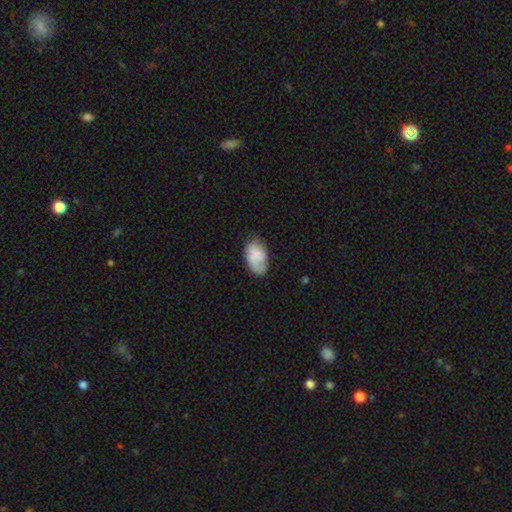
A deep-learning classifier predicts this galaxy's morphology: smooth-or-featured: smooth: 75% | featured or disk: 18% | star or artifact: 7%
  how-rounded: in between: 91% | round: 7% | cigar-shaped: 1%
  merging: none: 62% | minor disturbance: 27% | major disturbance: 9% | merger: 2%